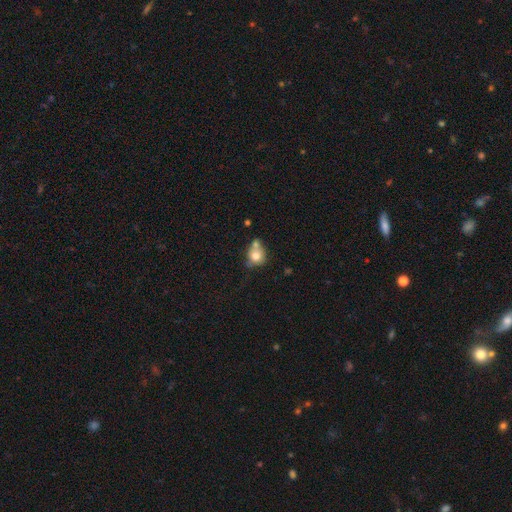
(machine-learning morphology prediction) smooth_or_featured: smooth (p=0.73) [alt: featured or disk p=0.17]
how_rounded: round (p=0.73) [alt: in between p=0.25]
merging: merger (p=0.40) [alt: none p=0.38]